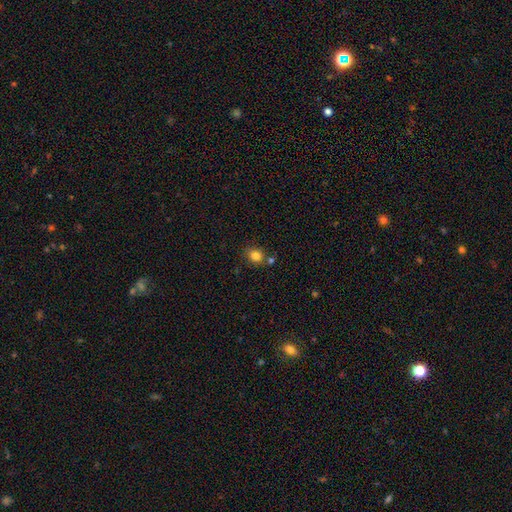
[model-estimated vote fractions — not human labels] This is clearly a smooth galaxy (82%). How rounded: likely round (69%). Merging: likely none (74%).